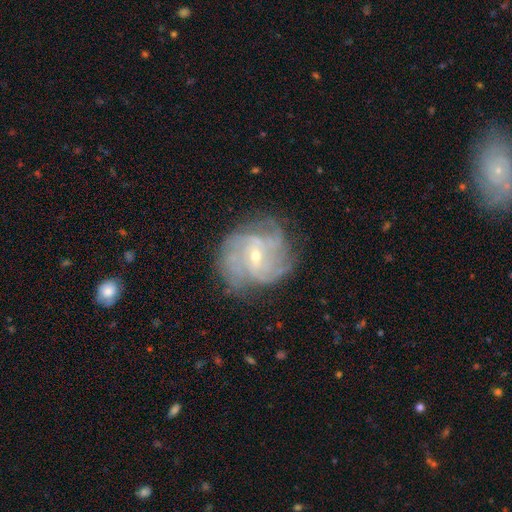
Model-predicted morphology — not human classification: Q: Smooth or featured?
A: featured or disk (84%); runner-up: smooth (8%)
Q: Edge-on disk?
A: no (97%); runner-up: yes (3%)
Q: Bar?
A: weak (48%); runner-up: no (39%)
Q: Spiral arms?
A: yes (94%); runner-up: no (6%)
Q: Spiral winding?
A: tight (49%); runner-up: medium (38%)
Q: Spiral arm count?
A: can't tell (31%); runner-up: 4 (24%)
Q: Bulge size?
A: small (68%); runner-up: moderate (29%)
Q: Merging?
A: none (71%); runner-up: minor disturbance (18%)